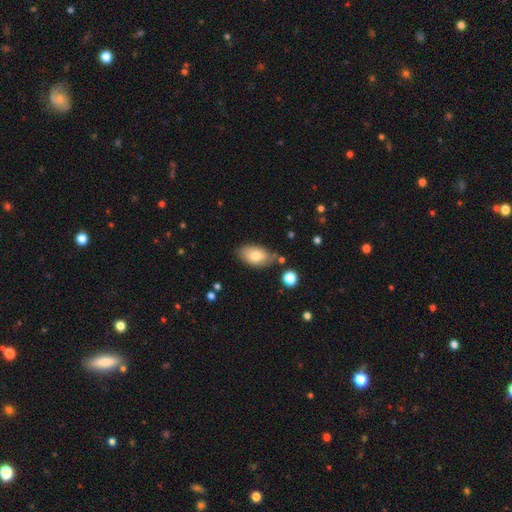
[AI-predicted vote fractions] smooth-or-featured: smooth: 78% | featured or disk: 15% | star or artifact: 7%
  how-rounded: in between: 92% | round: 6% | cigar-shaped: 2%
  merging: none: 70% | minor disturbance: 20% | merger: 6% | major disturbance: 4%